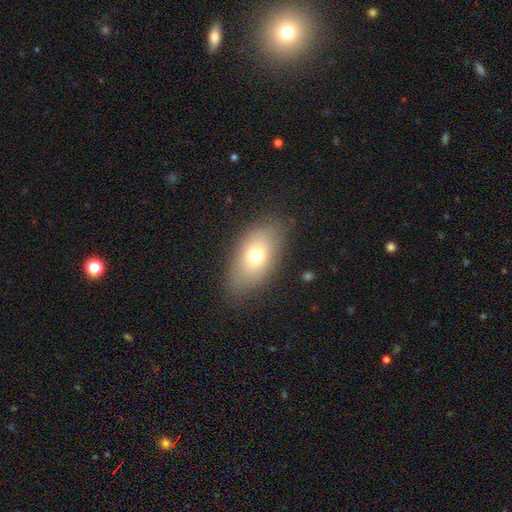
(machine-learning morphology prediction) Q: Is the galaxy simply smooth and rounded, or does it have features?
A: smooth — 70%.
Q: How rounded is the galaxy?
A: in between — 89%.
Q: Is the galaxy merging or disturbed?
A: none — 80%.